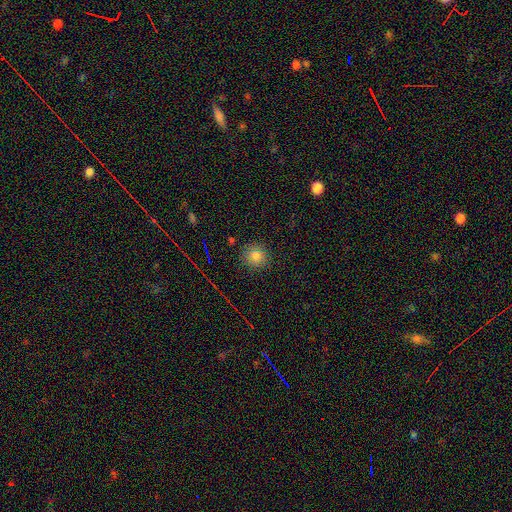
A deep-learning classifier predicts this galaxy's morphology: smooth 79%, star or artifact 14%, featured or disk 6%. Down the decision tree: how rounded — round (92%); merging — none (88%).